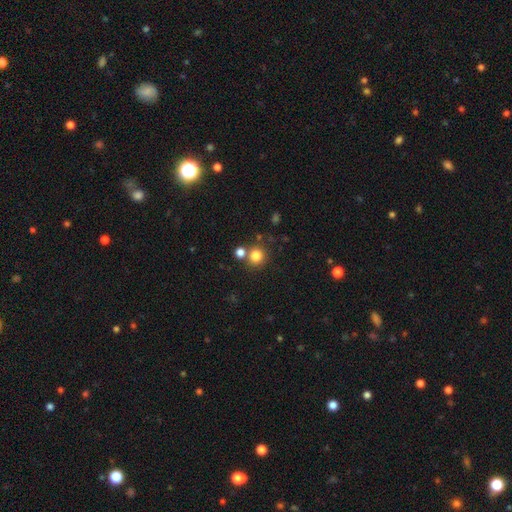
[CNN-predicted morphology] A smooth galaxy with no disk features (81%) that is round (90%).

Vote fractions:
- Smooth or featured? smooth: 81% / star or artifact: 13% / featured or disk: 6%
- How rounded? round: 90% / in between: 9% / cigar-shaped: 1%
- Merging? none: 70% / merger: 19% / minor disturbance: 8% / major disturbance: 3%